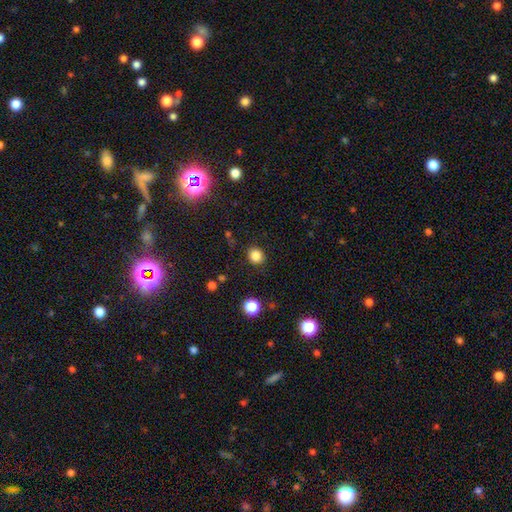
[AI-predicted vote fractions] smooth_or_featured: smooth (p=0.84) [alt: star or artifact p=0.12]
how_rounded: round (p=0.79) [alt: in between p=0.20]
merging: none (p=0.87) [alt: minor disturbance p=0.08]